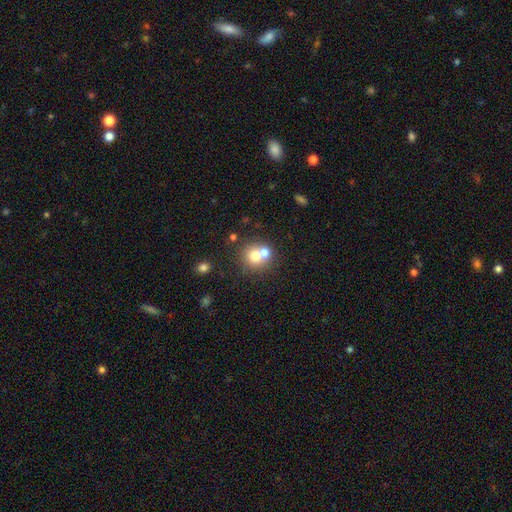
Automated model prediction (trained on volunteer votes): A smooth galaxy with no disk features (70%) that is round (87%).

Vote fractions:
- Smooth or featured? smooth: 70% / featured or disk: 17% / star or artifact: 13%
- How rounded? round: 87% / in between: 12% / cigar-shaped: 1%
- Merging? none: 48% / merger: 42% / minor disturbance: 7% / major disturbance: 3%